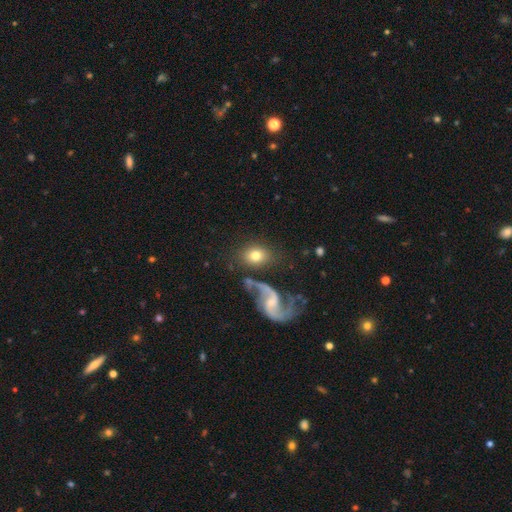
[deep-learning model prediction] Overall: smooth (66%). How rounded: in between (54%; round 44%). Merging: none (70%).